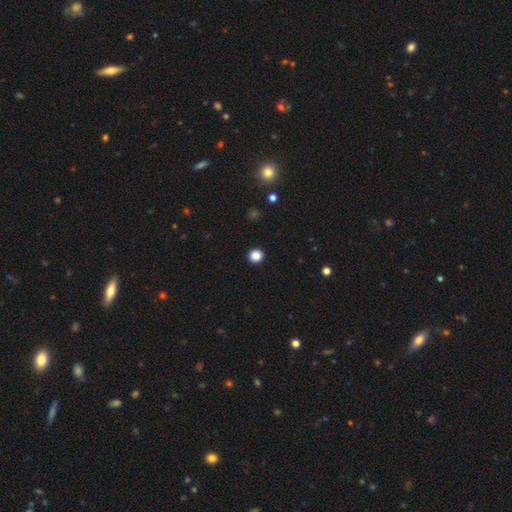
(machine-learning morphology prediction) Smooth or featured? Predicted: smooth (p=0.86). How rounded? Predicted: round (p=0.94). Merging? Predicted: none (p=0.93).